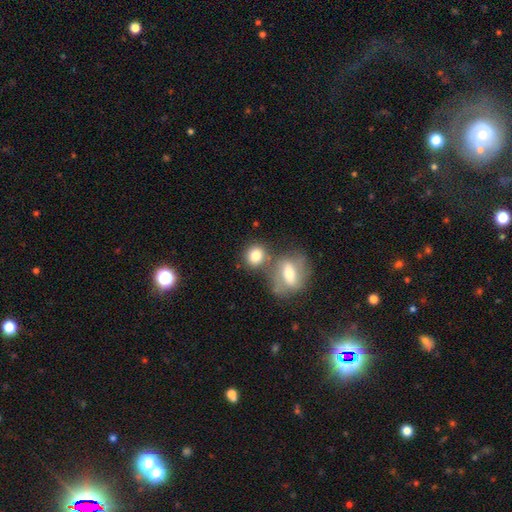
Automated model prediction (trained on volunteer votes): This is likely a smooth galaxy (78%). How rounded: likely round (67%). Merging: possibly none (53%).